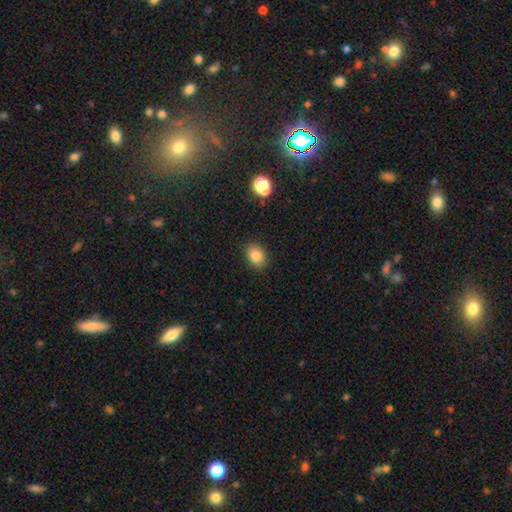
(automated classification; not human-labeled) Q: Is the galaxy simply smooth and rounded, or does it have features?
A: smooth — 84%.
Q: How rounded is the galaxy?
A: in between — 62%.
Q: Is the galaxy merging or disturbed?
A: none — 88%.